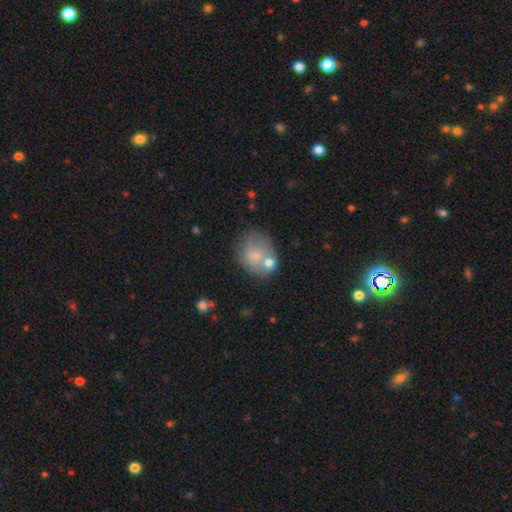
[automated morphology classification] Smooth or featured: smooth — 69% (featured or disk — 22%)
How rounded: round — 52% (in between — 47%)
Merging: none — 45% (merger — 22%)